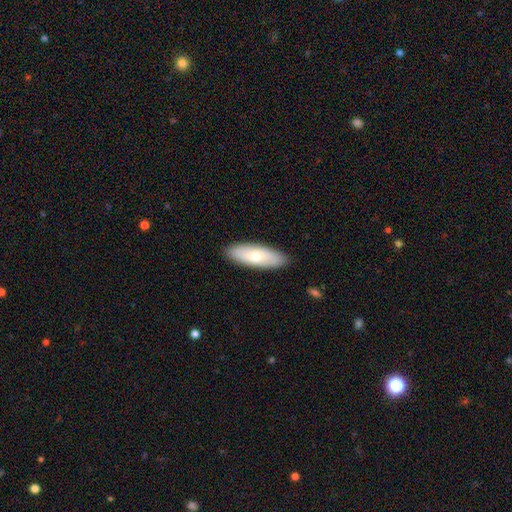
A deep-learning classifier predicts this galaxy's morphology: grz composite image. It shows a smooth galaxy with no disk features (63%) that is in between round and cigar-shaped (66%). Merging: none (89%).